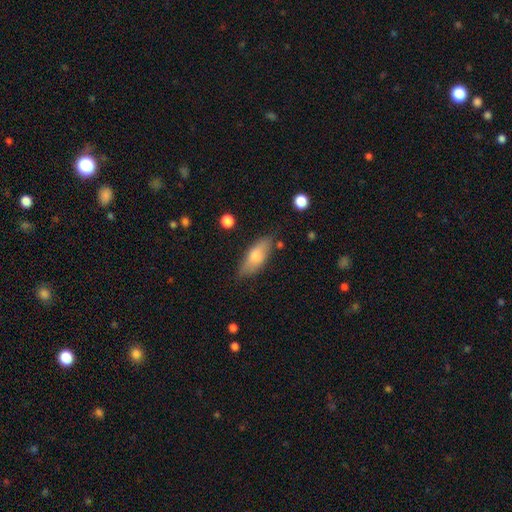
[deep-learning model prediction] This is likely a smooth galaxy (73%). How rounded: likely in between (71%). Merging: likely none (75%).